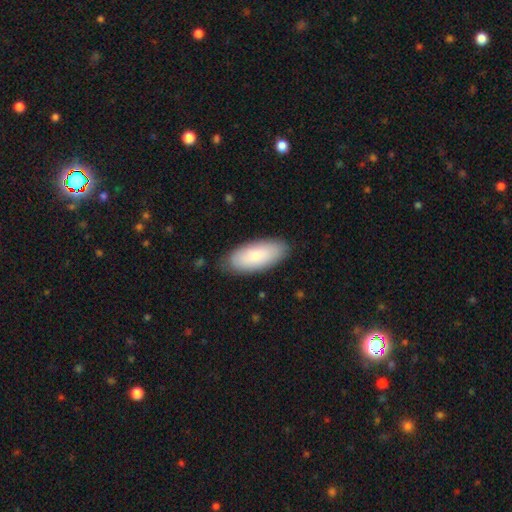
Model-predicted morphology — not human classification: Smooth or featured: smooth — 81% (featured or disk — 14%)
How rounded: in between — 86% (cigar-shaped — 13%)
Merging: none — 83% (minor disturbance — 14%)